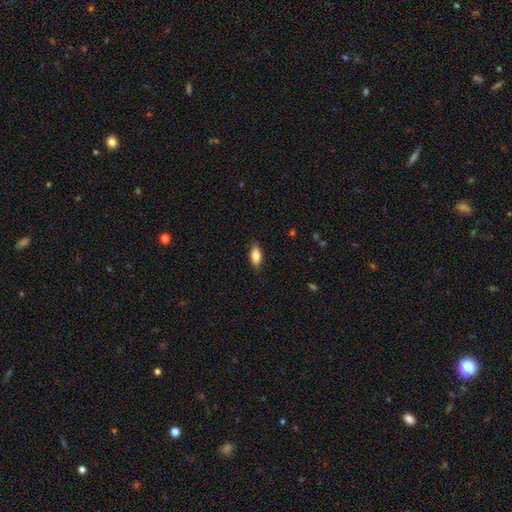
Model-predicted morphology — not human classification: type=smooth (83%); roundness=in between (85%); merging=none (85%).